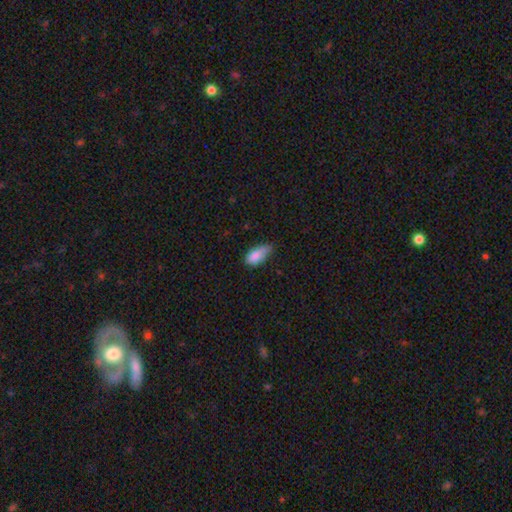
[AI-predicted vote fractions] Smooth or featured? smooth (85%)
How rounded? in between (88%)
Merging? minor disturbance (51%)